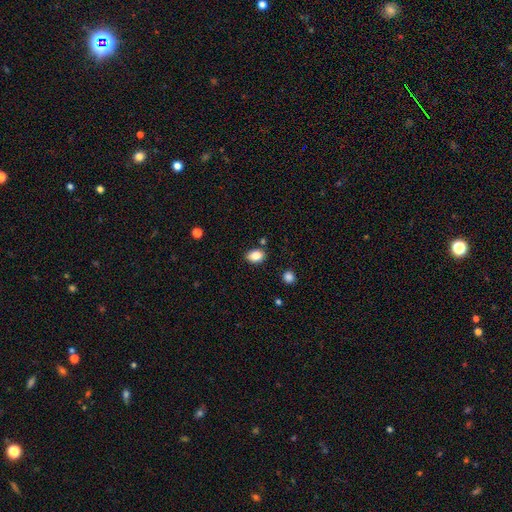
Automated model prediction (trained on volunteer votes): smooth 86%, star or artifact 9%, featured or disk 5%. Down the decision tree: how rounded — in between (77%); merging — none (81%).